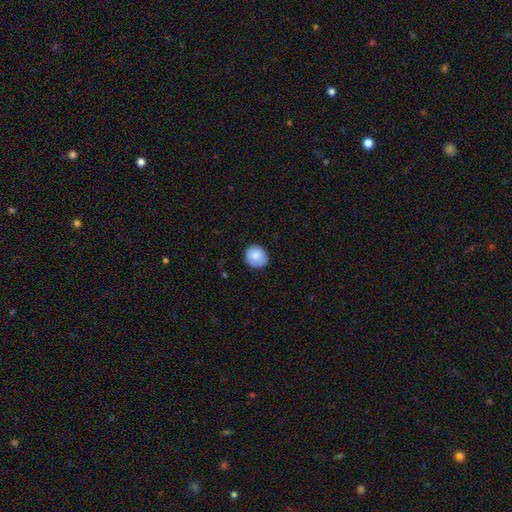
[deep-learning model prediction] Overall: smooth (85%). How rounded: round (81%). Merging: none (83%).